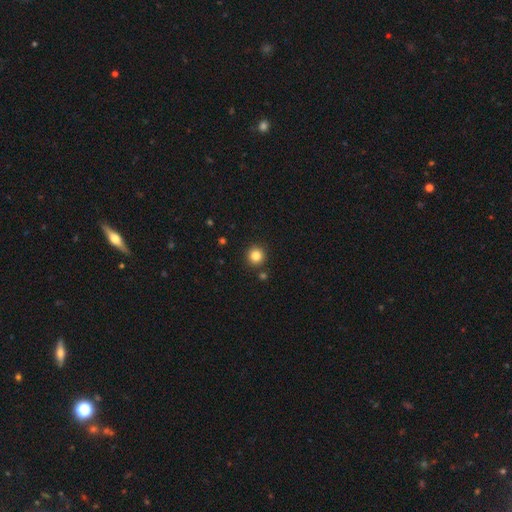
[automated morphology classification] A smooth galaxy with no disk features (83%) that is round (95%).

Vote fractions:
- Smooth or featured? smooth: 83% / star or artifact: 11% / featured or disk: 5%
- How rounded? round: 95% / in between: 4% / cigar-shaped: 1%
- Merging? none: 89% / minor disturbance: 6% / merger: 4% / major disturbance: 2%